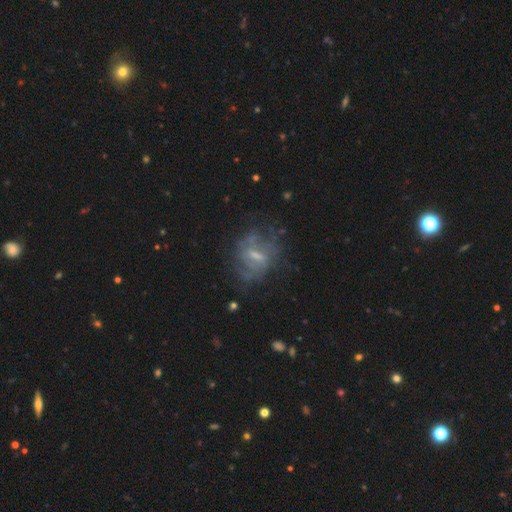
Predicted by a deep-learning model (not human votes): Smooth or featured? Predicted: featured or disk (p=0.67). Edge-on disk? Predicted: no (p=0.95). Bar? Predicted: weak (p=0.54). Spiral arms? Predicted: yes (p=0.61). Bulge size? Predicted: small (p=0.42). Merging? Predicted: none (p=0.54).